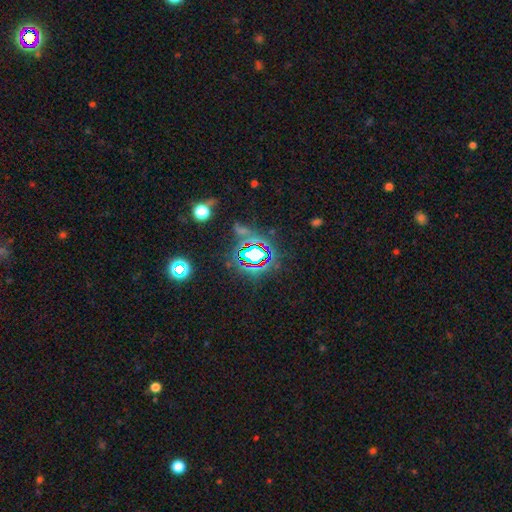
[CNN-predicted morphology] smooth-or-featured: star or artifact: 69% | smooth: 18% | featured or disk: 12%